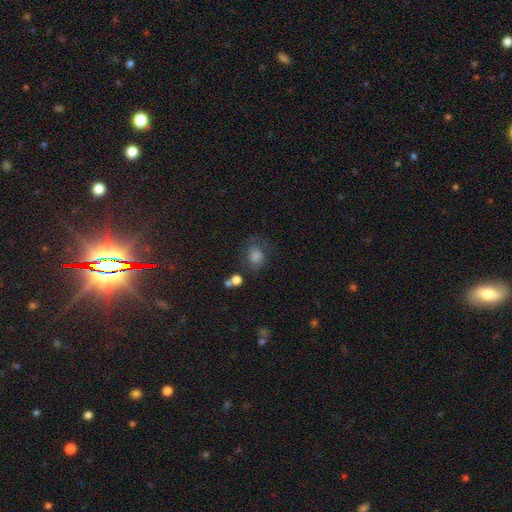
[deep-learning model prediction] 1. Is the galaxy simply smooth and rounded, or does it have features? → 51% smooth, 26% featured or disk, 23% star or artifact.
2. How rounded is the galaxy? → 51% round, 47% in between, 1% cigar-shaped.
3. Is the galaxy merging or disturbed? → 55% none, 23% minor disturbance, 18% major disturbance, 4% merger.